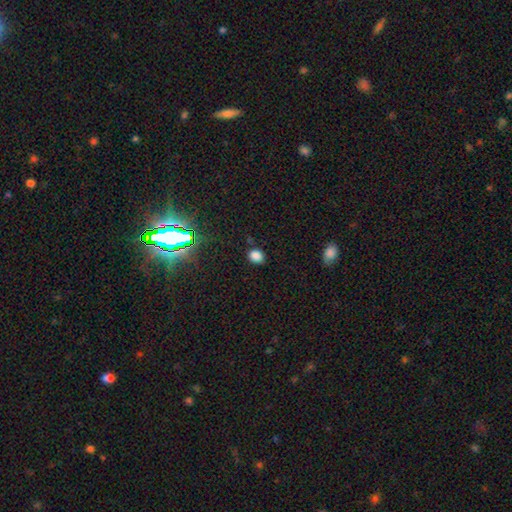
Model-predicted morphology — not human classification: Overall: smooth (82%). How rounded: in between (53%; round 46%). Merging: none (82%).